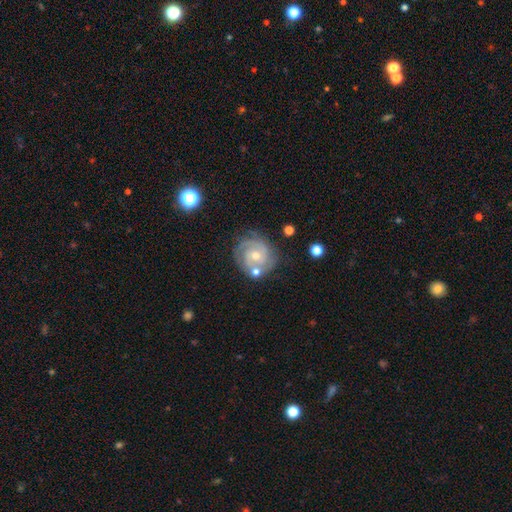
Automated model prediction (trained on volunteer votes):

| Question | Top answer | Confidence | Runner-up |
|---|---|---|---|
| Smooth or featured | featured or disk | 87% | smooth (7%) |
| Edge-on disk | no | 98% | yes (2%) |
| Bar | no | 66% | weak (28%) |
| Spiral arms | yes | 97% | no (3%) |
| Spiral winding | tight | 70% | medium (26%) |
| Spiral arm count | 2 | 55% | 3 (26%) |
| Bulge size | moderate | 49% | small (47%) |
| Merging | none | 72% | minor disturbance (15%) |